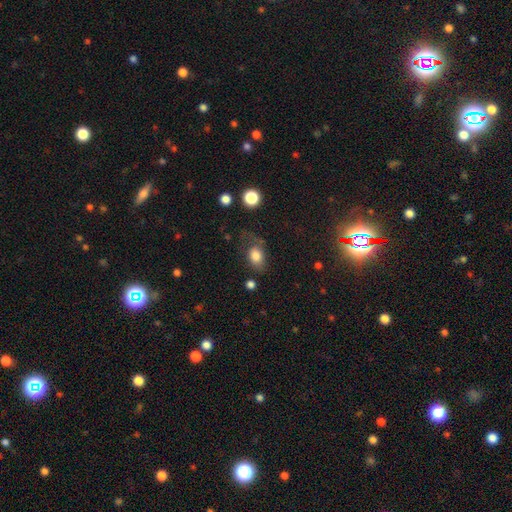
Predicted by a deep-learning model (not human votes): Q: Smooth or featured?
A: smooth (78%); runner-up: featured or disk (12%)
Q: How rounded?
A: in between (71%); runner-up: round (27%)
Q: Merging?
A: none (49%); runner-up: minor disturbance (26%)